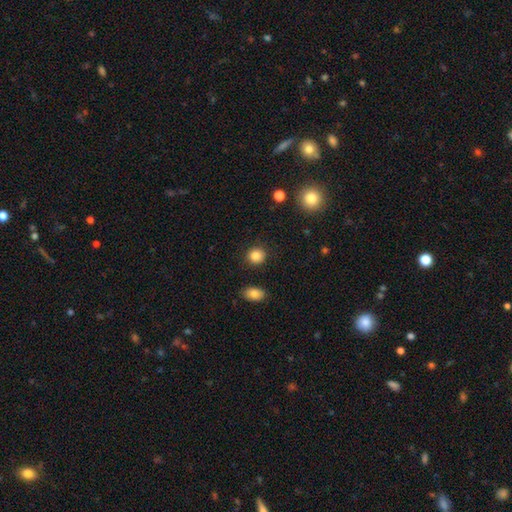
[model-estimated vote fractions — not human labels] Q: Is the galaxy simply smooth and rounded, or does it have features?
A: smooth — 85%.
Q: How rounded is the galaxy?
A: round — 86%.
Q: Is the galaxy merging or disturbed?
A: none — 88%.